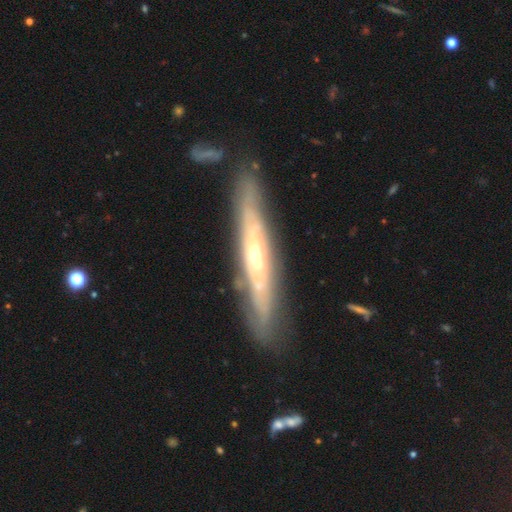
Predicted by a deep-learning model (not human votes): Morphology: type=featured or disk (78%); edge-on=yes (64%); merging=none (80%).